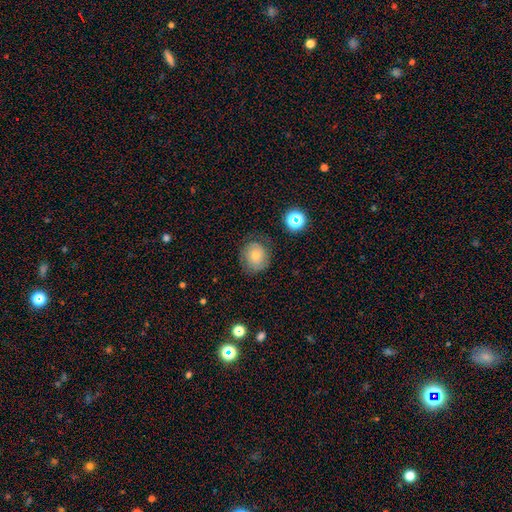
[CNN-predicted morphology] This is likely a smooth galaxy (63%). How rounded: likely round (78%). Merging: likely none (70%).